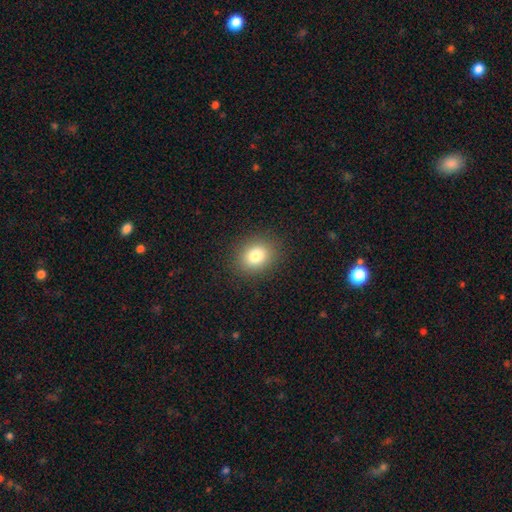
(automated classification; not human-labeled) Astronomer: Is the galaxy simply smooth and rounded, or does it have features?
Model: smooth — 82%.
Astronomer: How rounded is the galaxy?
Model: round — 55% (runner-up: in between, 44%).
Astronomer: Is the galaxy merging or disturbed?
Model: none — 89%.